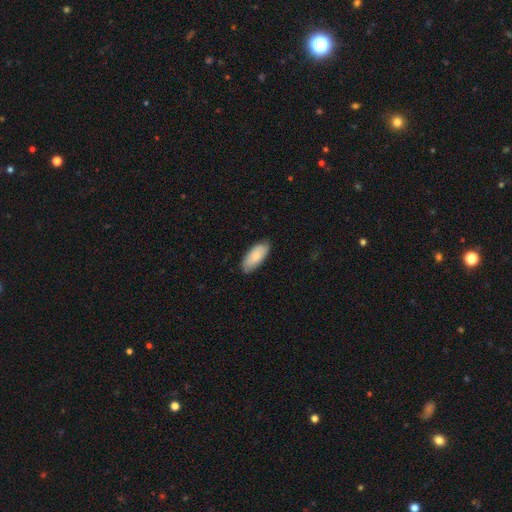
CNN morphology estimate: A smooth galaxy with no disk features (80%) that is in between round and cigar-shaped (87%).

Vote fractions:
- Smooth or featured? smooth: 80% / featured or disk: 14% / star or artifact: 6%
- How rounded? in between: 87% / cigar-shaped: 11% / round: 2%
- Merging? none: 83% / minor disturbance: 13% / major disturbance: 2% / merger: 1%